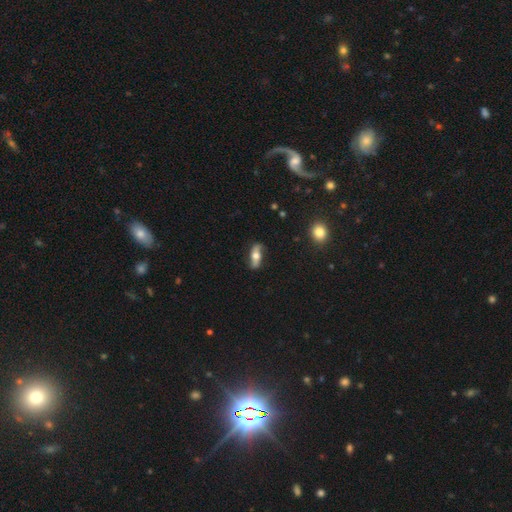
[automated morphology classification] The model was most divided on "smooth or featured": featured or disk: 55%, smooth: 38%, star or artifact: 7%. More confident: merging — none (79%); edge-on disk — no (62%).